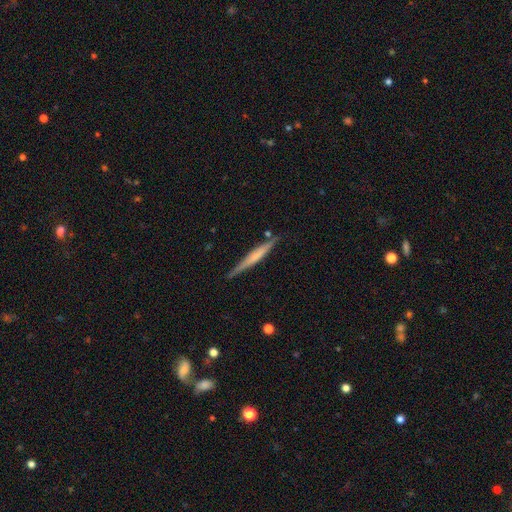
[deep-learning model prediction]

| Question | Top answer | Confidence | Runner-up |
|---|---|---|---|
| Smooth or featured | featured or disk | 54% | smooth (40%) |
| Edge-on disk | yes | 97% | no (3%) |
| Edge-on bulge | none | 49% | rounded (35%) |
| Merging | none | 85% | minor disturbance (10%) |